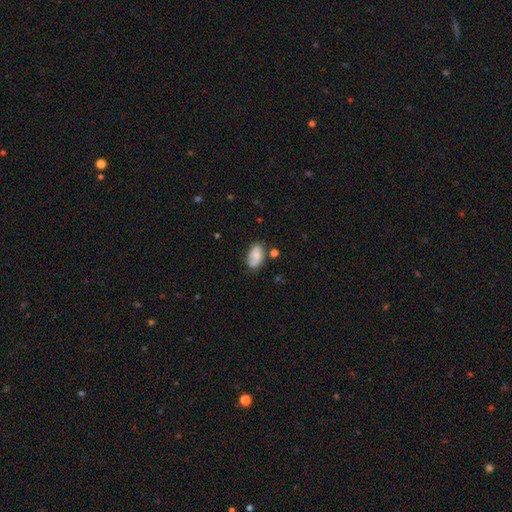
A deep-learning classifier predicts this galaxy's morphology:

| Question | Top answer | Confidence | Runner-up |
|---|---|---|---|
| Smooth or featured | smooth | 60% | featured or disk (31%) |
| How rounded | in between | 89% | round (9%) |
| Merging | none | 56% | minor disturbance (27%) |